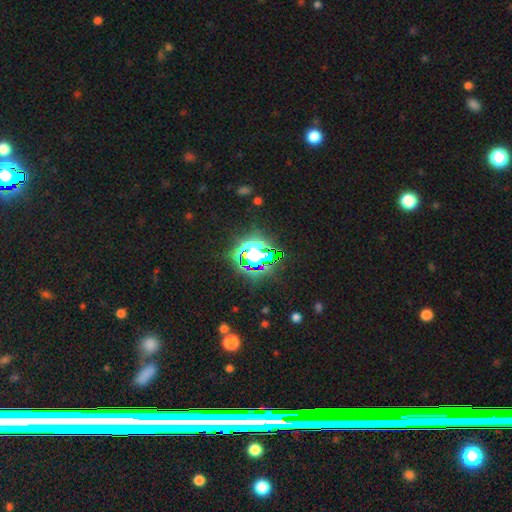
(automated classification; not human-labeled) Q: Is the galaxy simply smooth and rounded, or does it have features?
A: star or artifact — 66%.